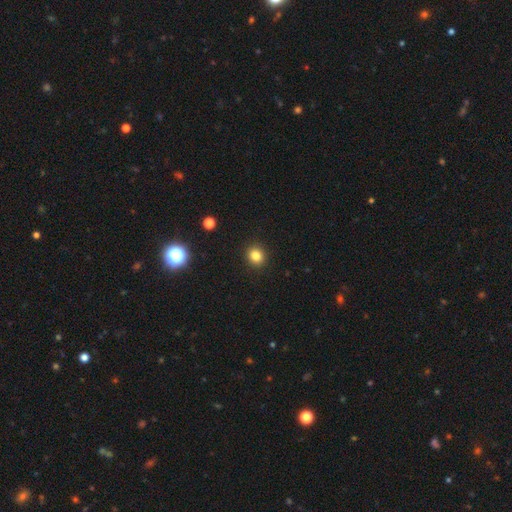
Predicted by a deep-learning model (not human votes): Smooth or featured? Predicted: smooth (p=0.83). How rounded? Predicted: round (p=0.78). Merging? Predicted: none (p=0.92).